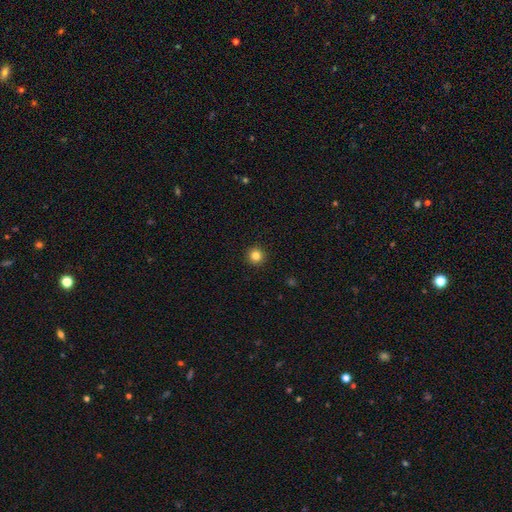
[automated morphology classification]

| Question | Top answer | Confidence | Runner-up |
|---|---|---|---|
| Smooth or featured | smooth | 83% | star or artifact (12%) |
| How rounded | round | 96% | in between (3%) |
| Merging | none | 94% | minor disturbance (4%) |